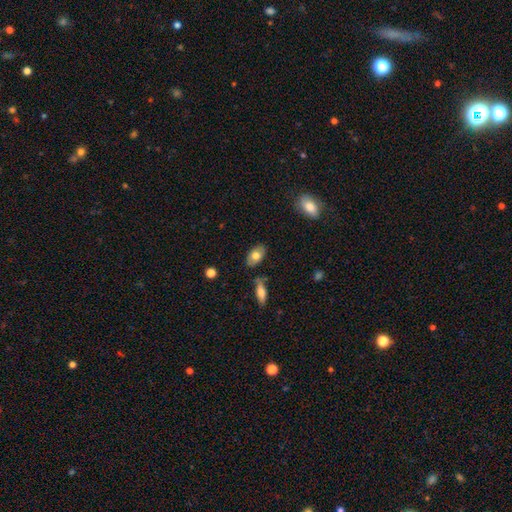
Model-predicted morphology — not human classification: smooth 71%, featured or disk 22%, star or artifact 7%. Down the decision tree: how rounded — in between (91%); merging — none (80%).